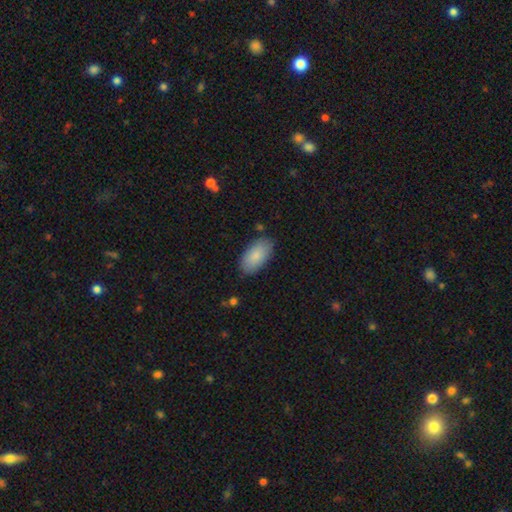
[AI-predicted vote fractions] The model was most divided on "merging": none: 83%, minor disturbance: 12%, major disturbance: 3%, merger: 2%. More confident: how rounded — in between (95%); smooth or featured — smooth (85%).